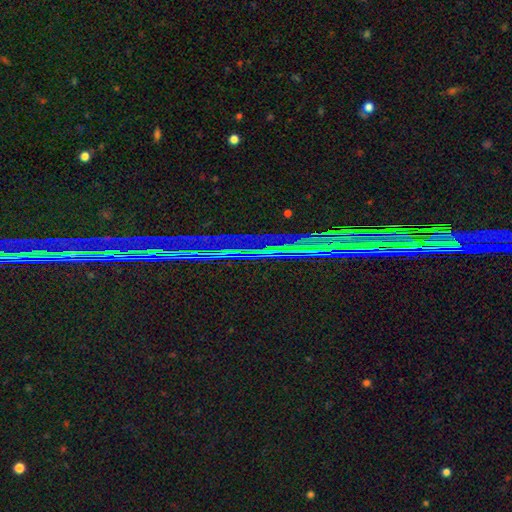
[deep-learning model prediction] star or artifact 85%, featured or disk 9%, smooth 7%.